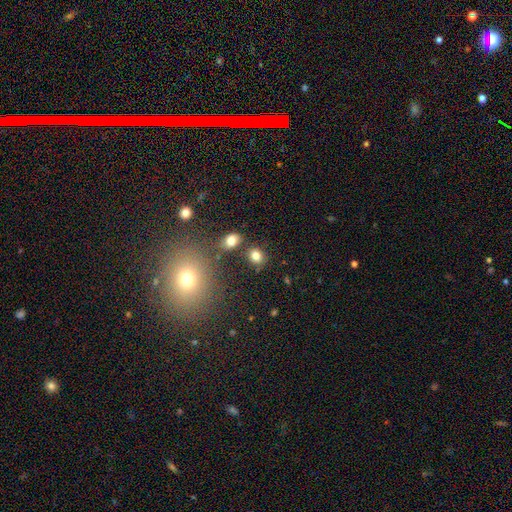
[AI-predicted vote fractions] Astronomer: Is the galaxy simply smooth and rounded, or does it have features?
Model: smooth — 81%.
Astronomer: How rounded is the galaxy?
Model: round — 52% (runner-up: in between, 46%).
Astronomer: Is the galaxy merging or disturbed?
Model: none — 77%.